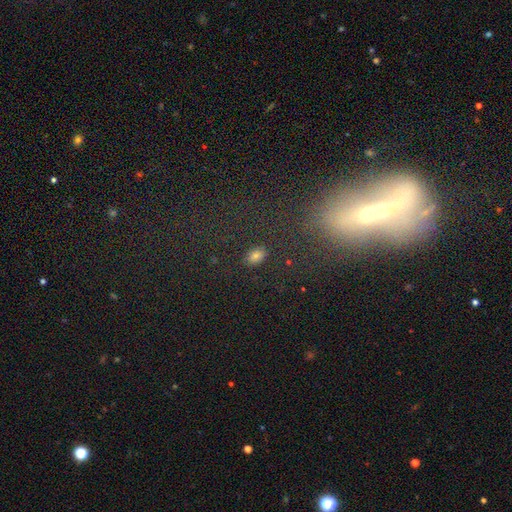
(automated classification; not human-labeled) This appears to be a smooth galaxy with no disk features (75%) that is in between round and cigar-shaped (86%). Merging: none (87%).